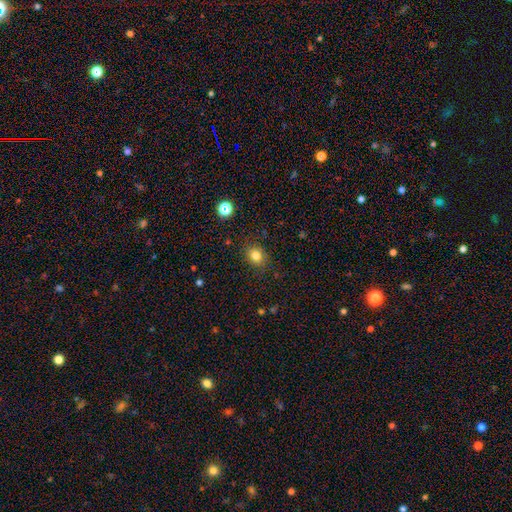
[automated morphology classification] A smooth galaxy with no disk features (81%) that is round (61%).

Vote fractions:
- Smooth or featured? smooth: 81% / star or artifact: 13% / featured or disk: 6%
- How rounded? round: 61% / in between: 38% / cigar-shaped: 1%
- Merging? none: 84% / minor disturbance: 11% / major disturbance: 3% / merger: 2%